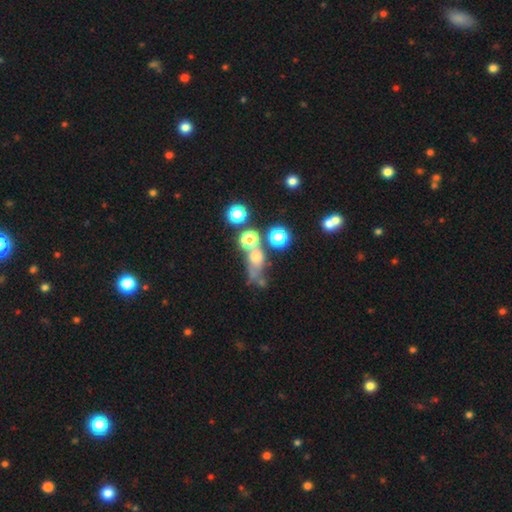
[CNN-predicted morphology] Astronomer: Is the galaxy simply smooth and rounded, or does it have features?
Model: smooth — 60%.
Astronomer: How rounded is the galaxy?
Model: round — 63%.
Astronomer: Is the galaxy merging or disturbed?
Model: merger — 39% (runner-up: none, 37%).